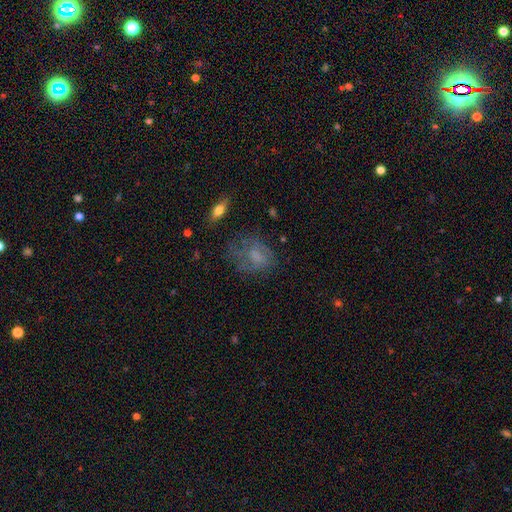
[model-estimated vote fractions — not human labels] Smooth or featured: smooth — 51% (featured or disk — 35%)
How rounded: in between — 59% (round — 39%)
Merging: none — 50% (minor disturbance — 24%)